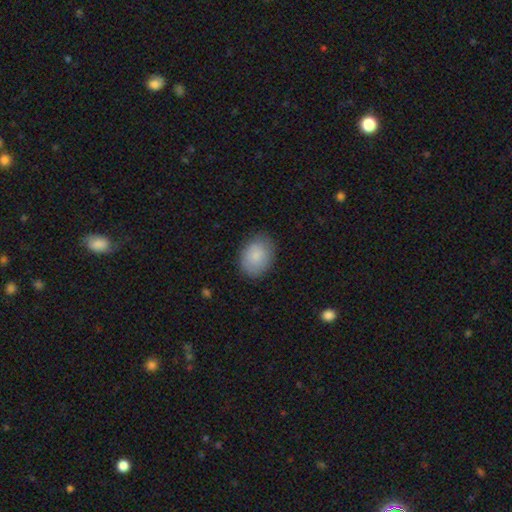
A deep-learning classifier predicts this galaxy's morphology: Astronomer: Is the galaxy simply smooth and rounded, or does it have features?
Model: smooth — 84%.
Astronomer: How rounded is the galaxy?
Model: in between — 66%.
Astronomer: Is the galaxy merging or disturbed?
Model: none — 81%.